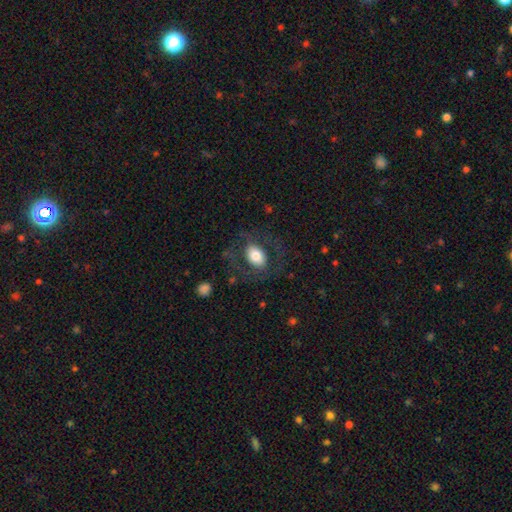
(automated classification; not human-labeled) The model was most divided on "smooth or featured": smooth: 64%, featured or disk: 28%, star or artifact: 8%. More confident: how rounded — in between (74%); merging — none (68%).